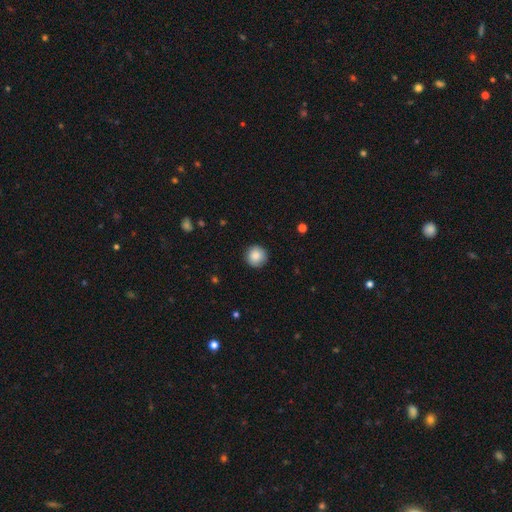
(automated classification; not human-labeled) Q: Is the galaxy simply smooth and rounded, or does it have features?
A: smooth — 87%.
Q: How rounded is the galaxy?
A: round — 95%.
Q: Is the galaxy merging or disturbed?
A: none — 91%.